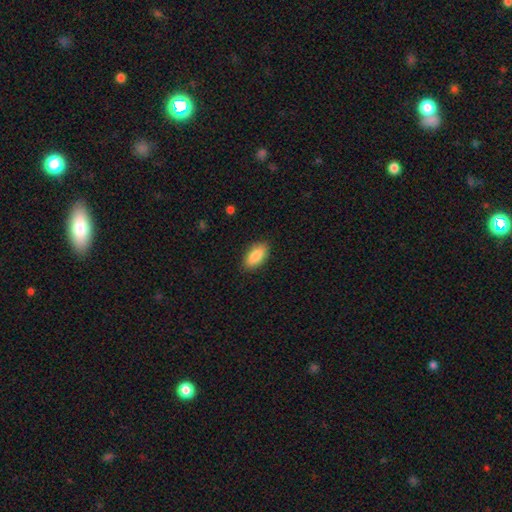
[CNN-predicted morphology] Smooth or featured?
  - smooth: 87% *
  - featured or disk: 6%
  - star or artifact: 6%
How rounded?
  - in between: 92% *
  - cigar-shaped: 5%
  - round: 3%
Merging?
  - none: 87% *
  - minor disturbance: 10%
  - major disturbance: 2%
  - merger: 1%